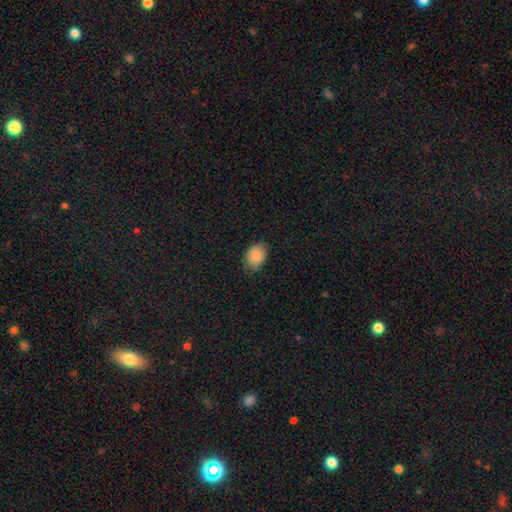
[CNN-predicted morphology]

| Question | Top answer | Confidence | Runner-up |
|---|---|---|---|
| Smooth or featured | smooth | 87% | star or artifact (7%) |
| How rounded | in between | 70% | round (29%) |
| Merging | none | 74% | minor disturbance (22%) |